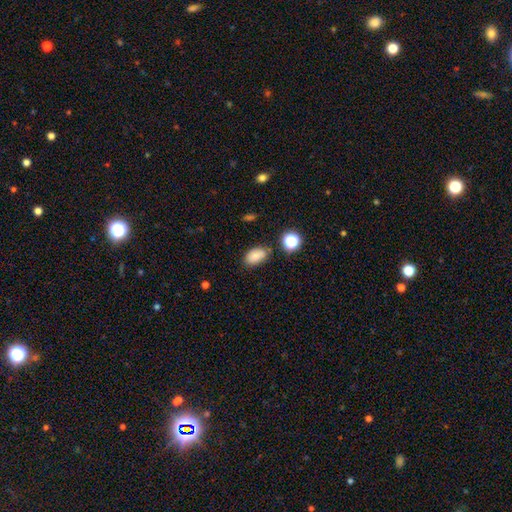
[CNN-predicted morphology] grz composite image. It shows a smooth galaxy with no disk features (80%) that is in between round and cigar-shaped (89%). Merging: none (79%).